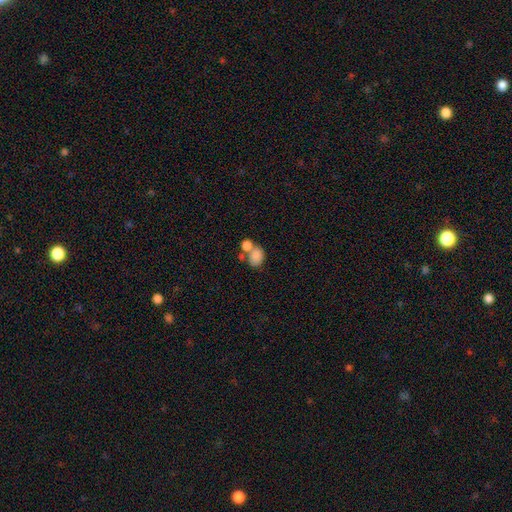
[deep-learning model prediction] This appears to be a smooth galaxy with no disk features (81%) that is in between round and cigar-shaped (61%). Merging: merger (47%).